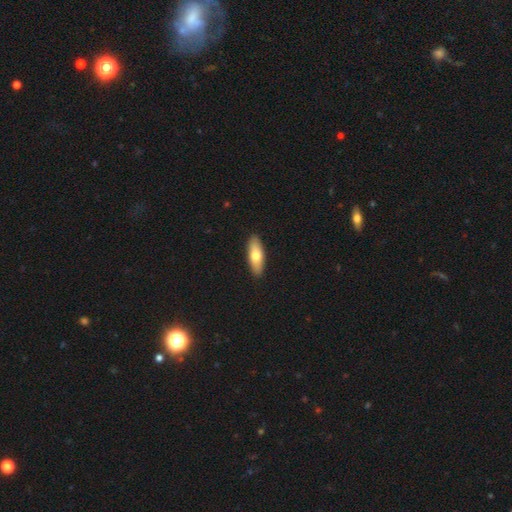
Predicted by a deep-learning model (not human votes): smooth 67%, featured or disk 28%, star or artifact 5%. Down the decision tree: how rounded — in between (57%); merging — none (91%).